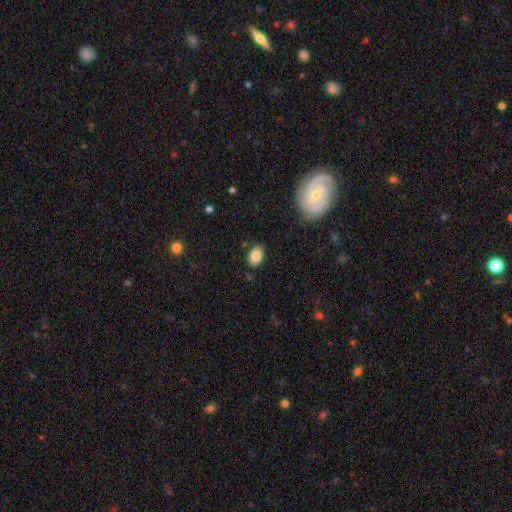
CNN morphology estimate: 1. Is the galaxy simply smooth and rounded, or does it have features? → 85% smooth, 8% star or artifact, 6% featured or disk.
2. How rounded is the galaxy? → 85% in between, 14% round, 1% cigar-shaped.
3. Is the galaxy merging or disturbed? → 84% none, 11% minor disturbance, 3% major disturbance, 2% merger.